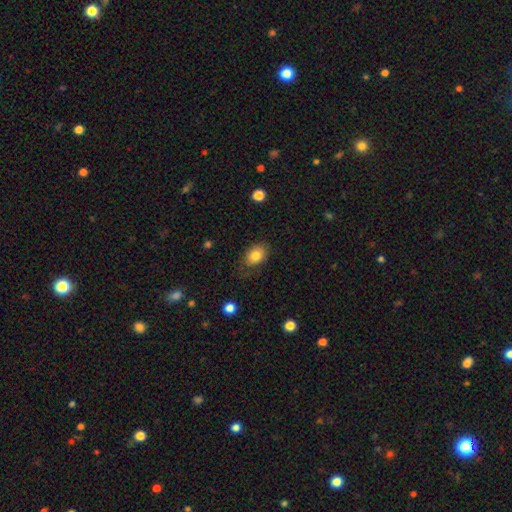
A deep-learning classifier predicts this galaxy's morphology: Smooth or featured? Predicted: smooth (p=0.81). How rounded? Predicted: in between (p=0.76). Merging? Predicted: none (p=0.70).